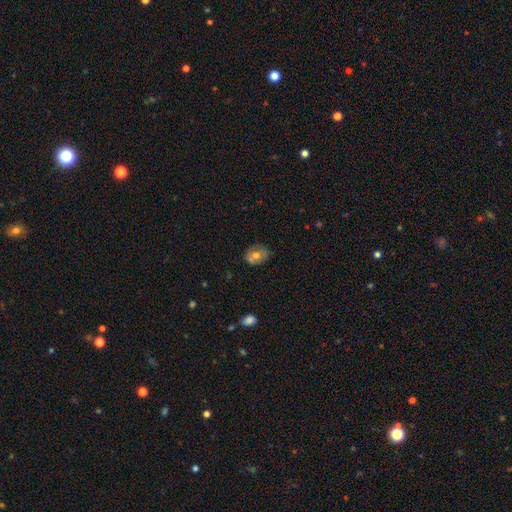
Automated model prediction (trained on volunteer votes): Q: Smooth or featured?
A: smooth (60%); runner-up: featured or disk (29%)
Q: How rounded?
A: in between (50%); runner-up: round (48%)
Q: Merging?
A: none (65%); runner-up: minor disturbance (21%)